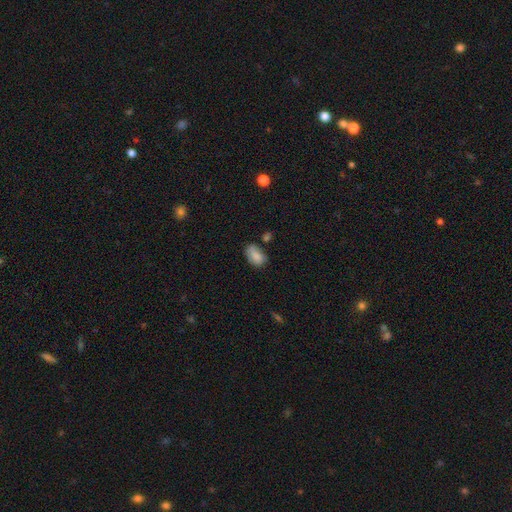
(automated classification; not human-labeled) smooth_or_featured: smooth (p=0.81) [alt: featured or disk p=0.11]
how_rounded: in between (p=0.89) [alt: round p=0.09]
merging: none (p=0.58) [alt: minor disturbance p=0.27]